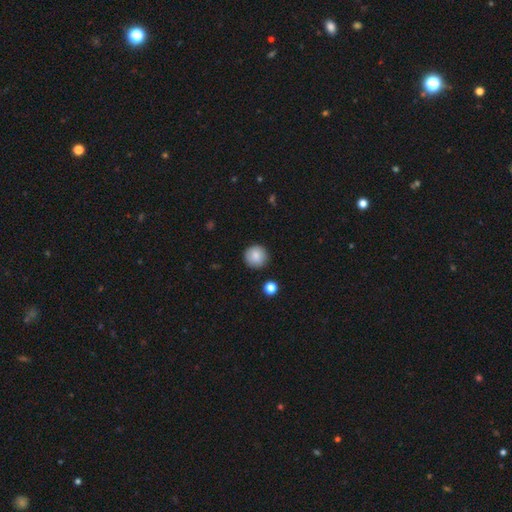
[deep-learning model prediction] smooth-or-featured: smooth: 86% | star or artifact: 8% | featured or disk: 6%
  how-rounded: round: 95% | in between: 4% | cigar-shaped: 1%
  merging: none: 90% | minor disturbance: 7% | major disturbance: 2% | merger: 1%